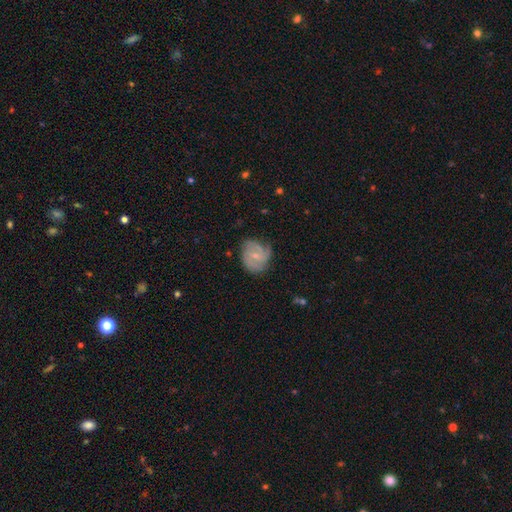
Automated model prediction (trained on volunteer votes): smooth-or-featured: featured or disk: 70% | smooth: 23% | star or artifact: 6%
  disk-edge-on: no: 98% | yes: 2%
    bar: no: 51% | weak: 42% | strong: 8%
    has-spiral-arms: yes: 91% | no: 9%
      spiral-winding: tight: 45% | medium: 41% | loose: 14%
      spiral-arm-count: 2: 35% | 3: 31% | can't tell: 20% | 1: 5% | 4: 5% | more than 4: 3%
    bulge-size: small: 62% | moderate: 34% | none: 3% | large: 1% | dominant: 1%
  merging: none: 60% | minor disturbance: 28% | major disturbance: 10% | merger: 2%